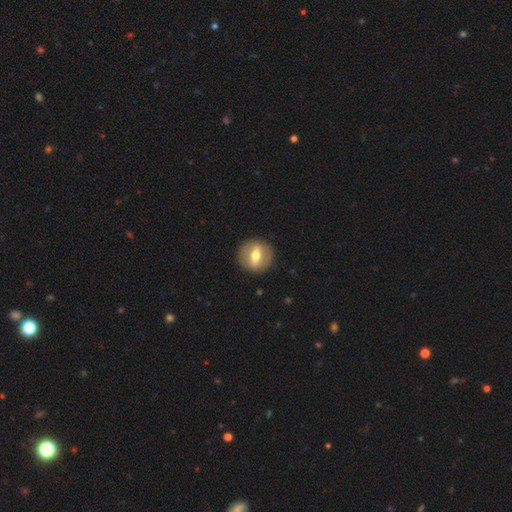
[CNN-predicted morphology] type=featured or disk (49%); merging=none (89%).